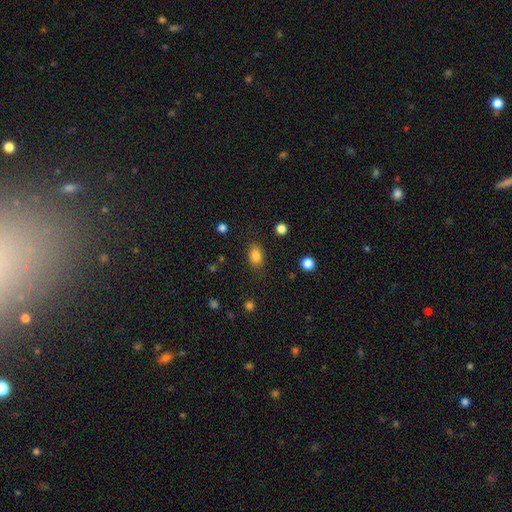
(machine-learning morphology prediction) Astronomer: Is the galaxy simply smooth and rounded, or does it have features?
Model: smooth — 83%.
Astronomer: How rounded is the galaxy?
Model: in between — 78%.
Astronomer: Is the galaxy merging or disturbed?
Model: none — 82%.